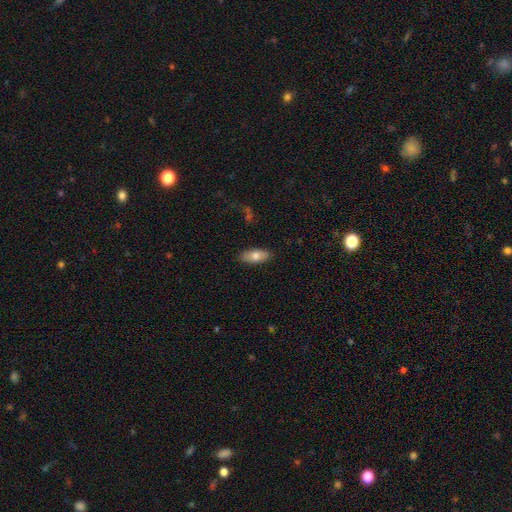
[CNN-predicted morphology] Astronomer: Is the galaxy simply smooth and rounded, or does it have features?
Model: smooth — 74%.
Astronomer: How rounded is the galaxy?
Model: in between — 86%.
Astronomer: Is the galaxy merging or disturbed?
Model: none — 87%.